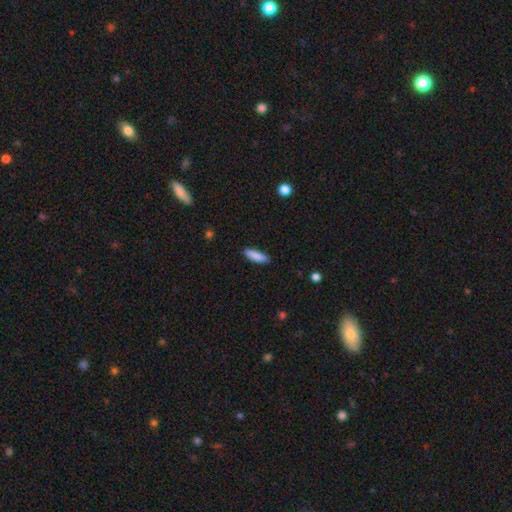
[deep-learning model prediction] Smooth or featured? smooth (88%)
How rounded? cigar-shaped (59%)
Merging? none (87%)